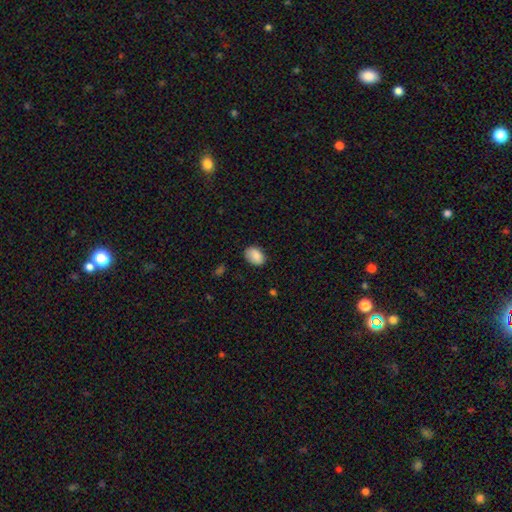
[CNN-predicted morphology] This is clearly a smooth galaxy (87%). How rounded: likely in between (80%). Merging: clearly none (81%).